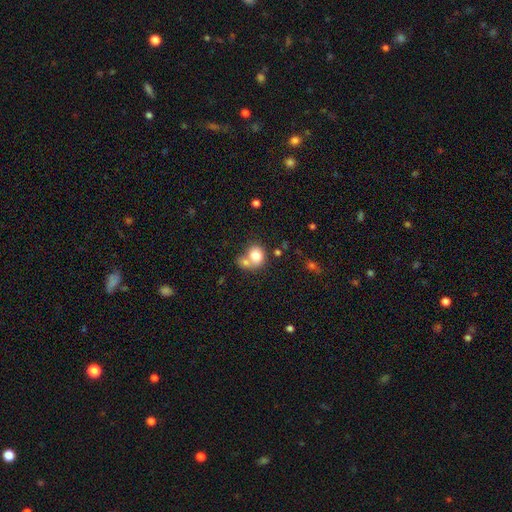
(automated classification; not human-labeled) Morphology: type=smooth (77%); roundness=round (68%); merging=merger (49%).